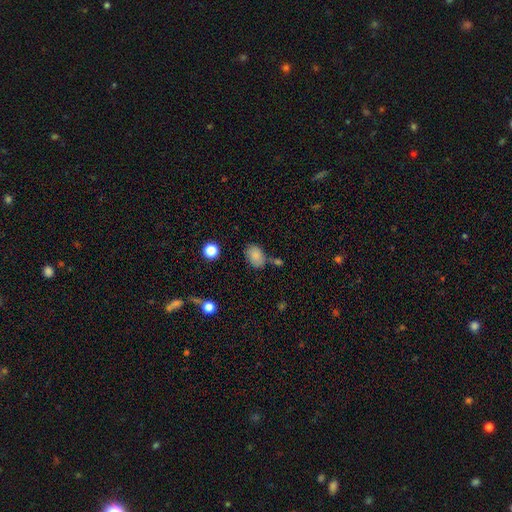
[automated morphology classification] This is clearly a smooth galaxy (85%). How rounded: likely in between (79%). Merging: likely none (62%).